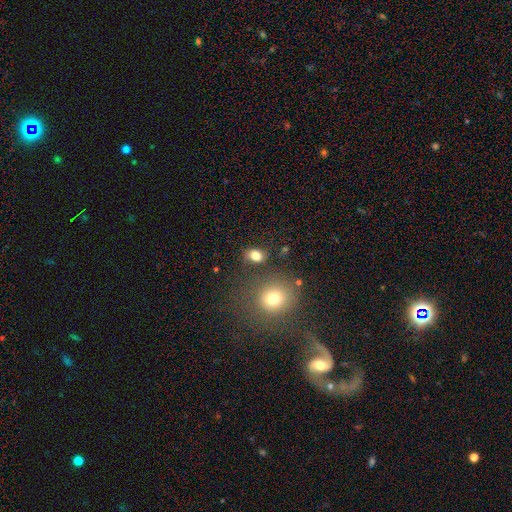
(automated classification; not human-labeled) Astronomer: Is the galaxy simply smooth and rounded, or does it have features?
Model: smooth — 81%.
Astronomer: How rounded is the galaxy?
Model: in between — 71%.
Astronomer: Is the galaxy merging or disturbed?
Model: none — 74%.